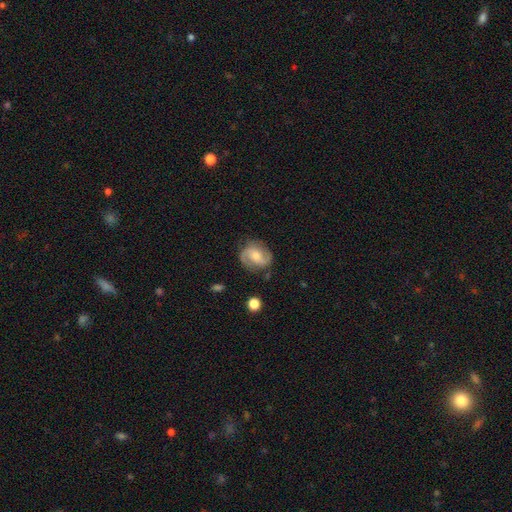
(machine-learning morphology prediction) This appears to be a featured or disk galaxy (78%) with no bar (50%), 2 (88%) medium (49%) spiral arms (94%) and a moderate central bulge (53%). Merging: none (77%).